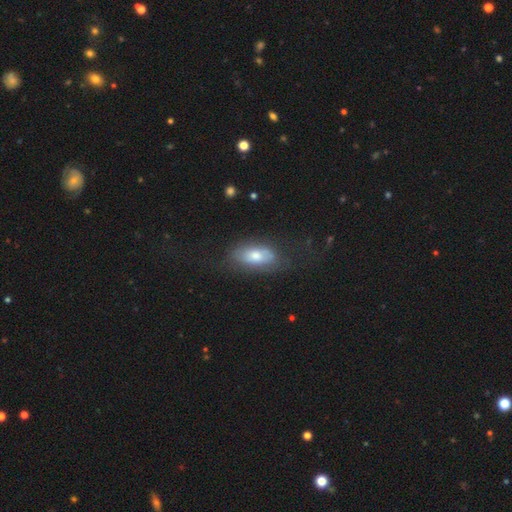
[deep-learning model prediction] Smooth or featured: smooth — 56% (featured or disk — 36%)
How rounded: in between — 86% (cigar-shaped — 10%)
Merging: none — 60% (minor disturbance — 23%)